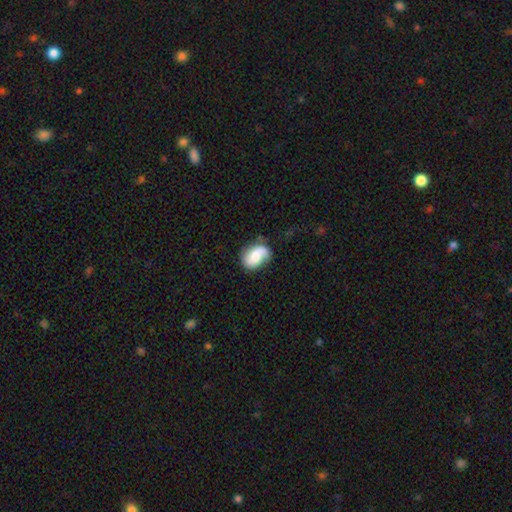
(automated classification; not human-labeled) The model was most divided on "smooth or featured" (2-way tie): smooth: 46%, featured or disk: 46%, star or artifact: 8%. More confident: merging — none (61%).